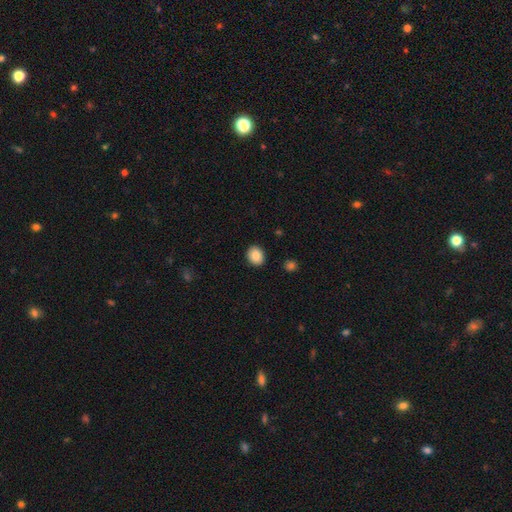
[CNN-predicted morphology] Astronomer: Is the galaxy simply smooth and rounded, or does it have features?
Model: smooth — 86%.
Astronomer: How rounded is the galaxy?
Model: round — 58% (runner-up: in between, 42%).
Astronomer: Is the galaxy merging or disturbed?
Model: none — 91%.